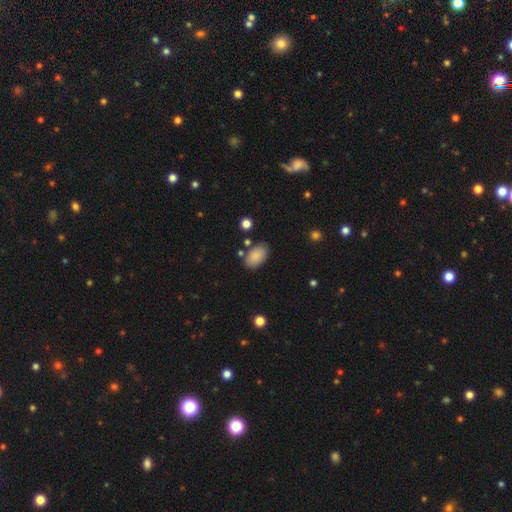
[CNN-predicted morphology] Smooth or featured? Predicted: smooth (p=0.88). How rounded? Predicted: in between (p=0.93). Merging? Predicted: none (p=0.79).